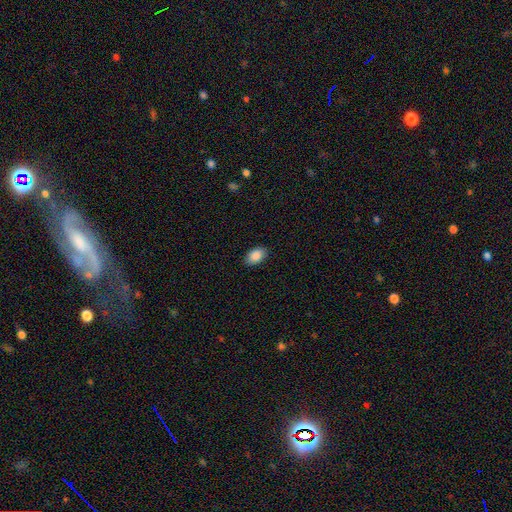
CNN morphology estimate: Q: Smooth or featured?
A: smooth (88%); runner-up: star or artifact (7%)
Q: How rounded?
A: in between (91%); runner-up: round (7%)
Q: Merging?
A: none (88%); runner-up: minor disturbance (9%)